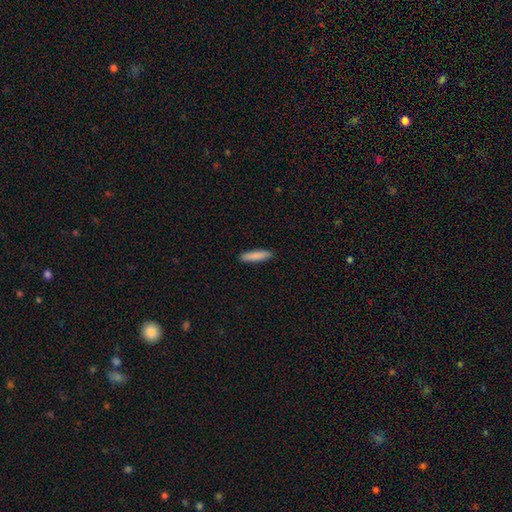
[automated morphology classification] Smooth or featured? smooth (86%)
How rounded? cigar-shaped (80%)
Merging? none (91%)